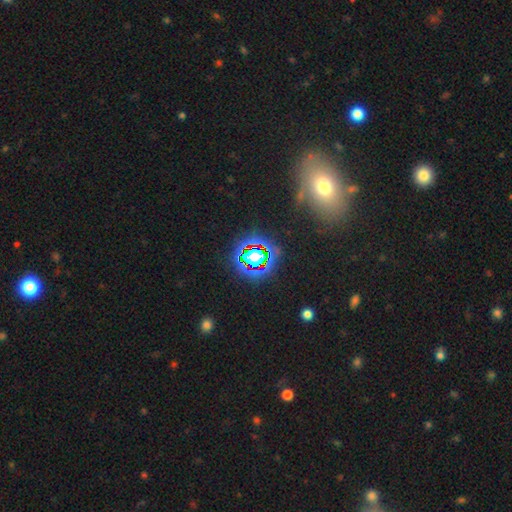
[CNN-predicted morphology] Smooth or featured? star or artifact (73%)